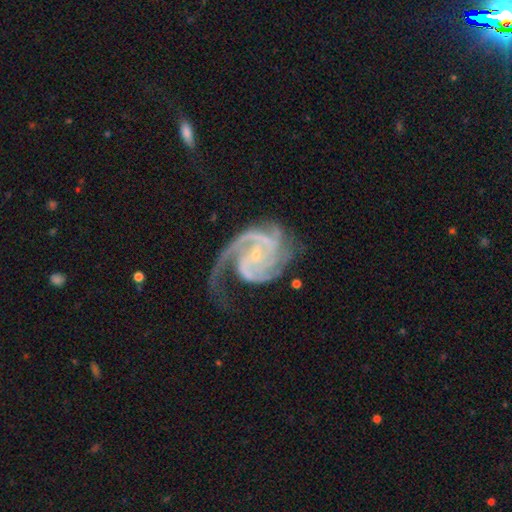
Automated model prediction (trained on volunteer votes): Smooth or featured: featured or disk — 92% (star or artifact — 5%)
Edge-on disk: no — 98% (yes — 2%)
Bar: no — 55% (weak — 32%)
Spiral arms: yes — 98% (no — 2%)
Spiral winding: medium — 46% (tight — 44%)
Spiral arm count: 2 — 43% (3 — 30%)
Bulge size: small — 81% (moderate — 11%)
Merging: none — 55% (major disturbance — 22%)